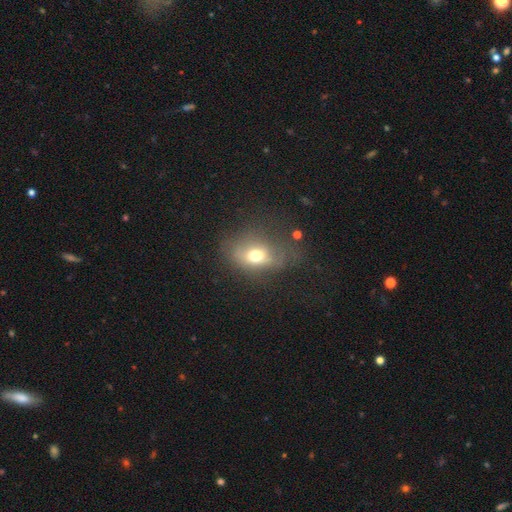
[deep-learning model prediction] Morphology: type=smooth (63%); roundness=in between (60%); merging=none (47%).